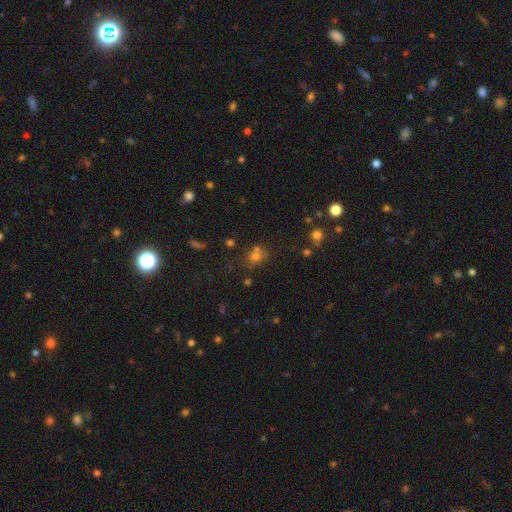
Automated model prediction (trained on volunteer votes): smooth-or-featured: smooth: 58% | star or artifact: 30% | featured or disk: 11%
  how-rounded: round: 73% | in between: 26% | cigar-shaped: 1%
  merging: none: 60% | merger: 24% | minor disturbance: 11% | major disturbance: 5%